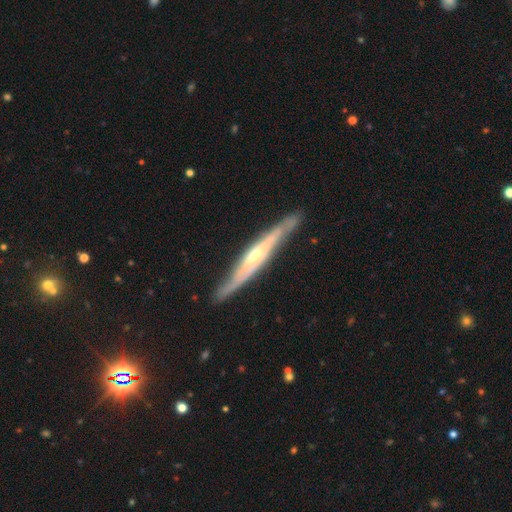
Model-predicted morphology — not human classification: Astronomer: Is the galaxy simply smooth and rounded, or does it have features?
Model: featured or disk — 78%.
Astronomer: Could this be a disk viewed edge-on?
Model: yes — 81%.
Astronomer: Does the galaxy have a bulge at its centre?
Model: rounded — 61%.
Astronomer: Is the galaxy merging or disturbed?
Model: none — 81%.